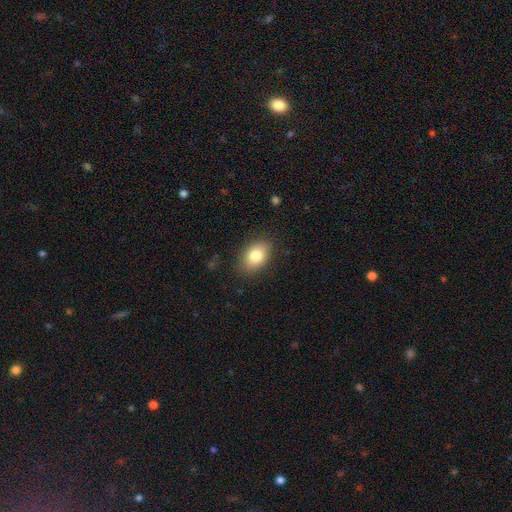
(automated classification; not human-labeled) A smooth galaxy with no disk features (81%) that is in between round and cigar-shaped (84%).

Vote fractions:
- Smooth or featured? smooth: 81% / featured or disk: 11% / star or artifact: 8%
- How rounded? in between: 84% / round: 15% / cigar-shaped: 1%
- Merging? none: 84% / minor disturbance: 12% / major disturbance: 3% / merger: 1%